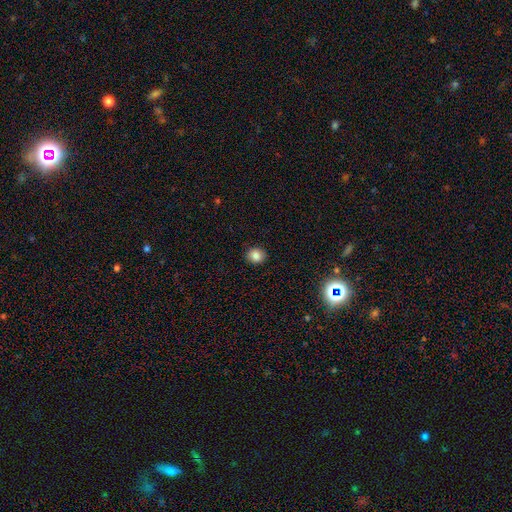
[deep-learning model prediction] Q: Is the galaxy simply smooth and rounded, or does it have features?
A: smooth — 85%.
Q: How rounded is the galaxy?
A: round — 75%.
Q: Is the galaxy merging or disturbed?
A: none — 90%.